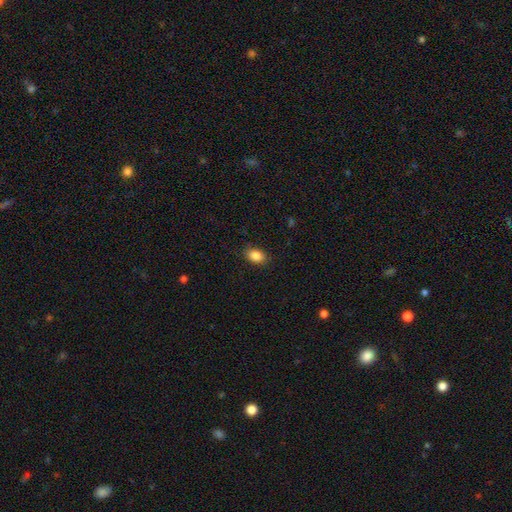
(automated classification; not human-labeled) This appears to be a smooth galaxy with no disk features (87%) that is in between round and cigar-shaped (82%). Merging: none (87%).